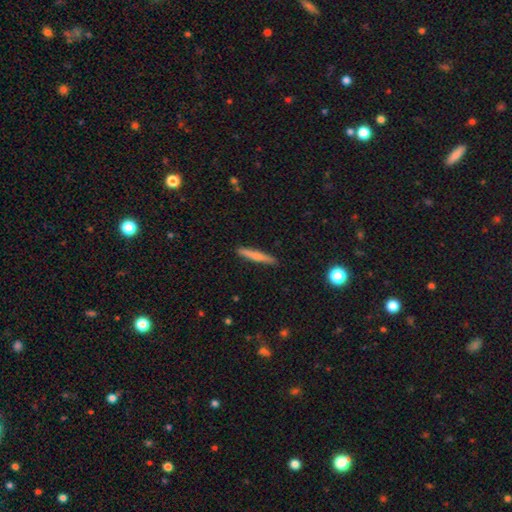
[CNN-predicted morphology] The model was most divided on "smooth or featured": smooth: 63%, featured or disk: 31%, star or artifact: 6%. More confident: how rounded — cigar-shaped (94%); merging — none (90%).